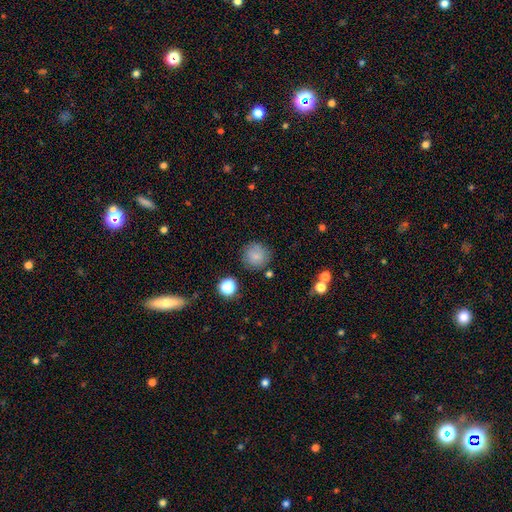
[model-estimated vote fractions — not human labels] smooth 80%, star or artifact 11%, featured or disk 9%. Down the decision tree: how rounded — round (93%); merging — none (82%).